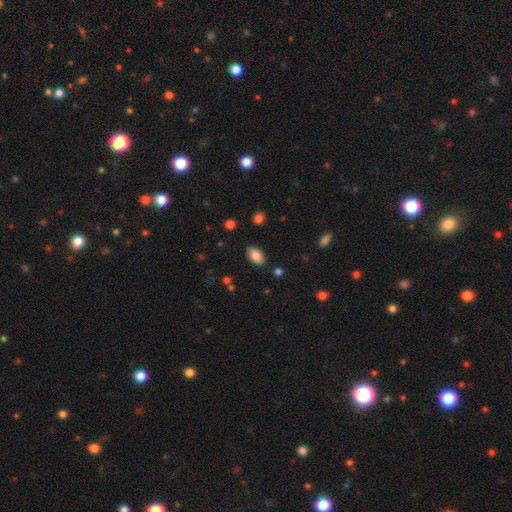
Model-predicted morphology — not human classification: This appears to be a smooth galaxy with no disk features (83%) that is in between round and cigar-shaped (94%). Merging: none (86%).